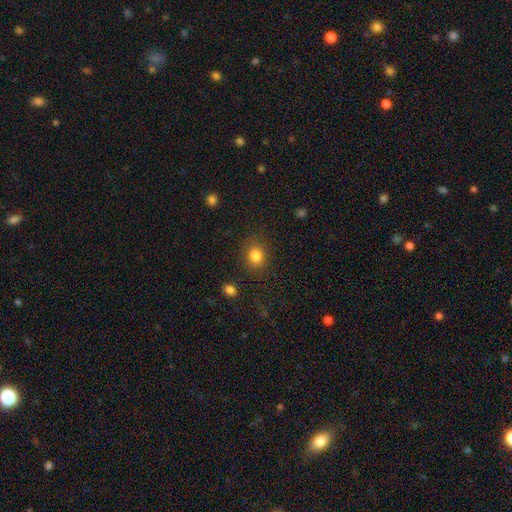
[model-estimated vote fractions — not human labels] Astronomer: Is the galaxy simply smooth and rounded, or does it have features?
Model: smooth — 83%.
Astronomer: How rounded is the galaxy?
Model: round — 66%.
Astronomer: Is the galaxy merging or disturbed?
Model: none — 83%.